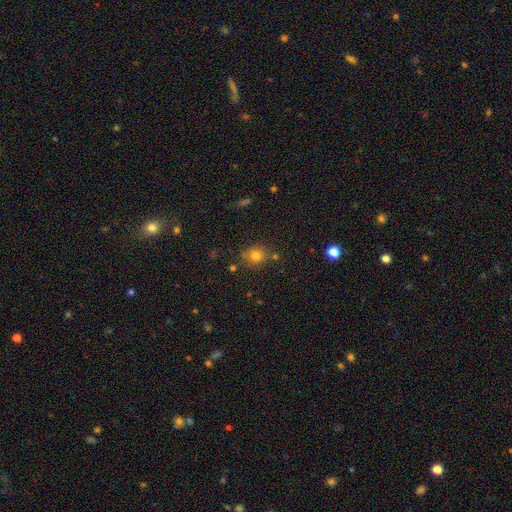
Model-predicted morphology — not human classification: A smooth galaxy with no disk features (77%) that is round (77%).

Vote fractions:
- Smooth or featured? smooth: 77% / star or artifact: 15% / featured or disk: 8%
- How rounded? round: 77% / in between: 22% / cigar-shaped: 1%
- Merging? none: 77% / minor disturbance: 12% / merger: 7% / major disturbance: 4%